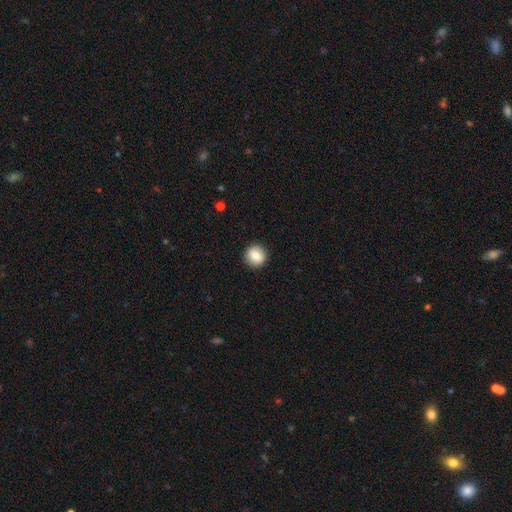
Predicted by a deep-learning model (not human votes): Q: Smooth or featured?
A: smooth (84%); runner-up: star or artifact (8%)
Q: How rounded?
A: round (89%); runner-up: in between (10%)
Q: Merging?
A: none (91%); runner-up: minor disturbance (6%)